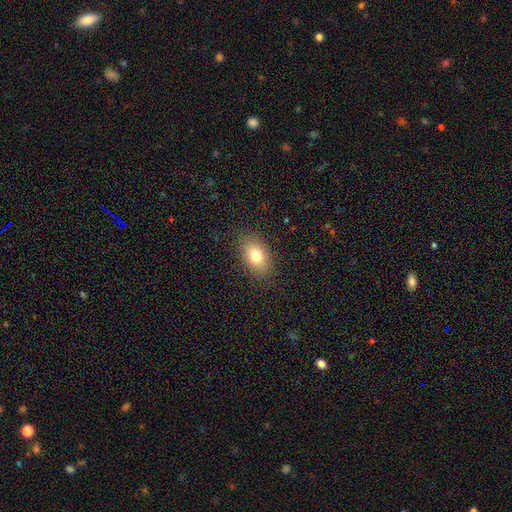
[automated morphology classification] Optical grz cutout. It shows a smooth galaxy with no disk features (78%) that is in between round and cigar-shaped (85%). Merging: none (86%).